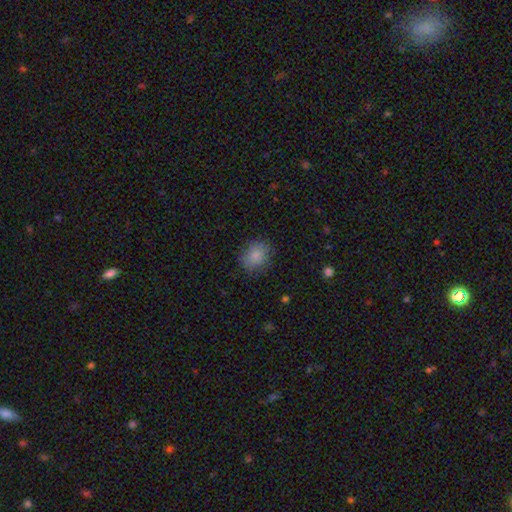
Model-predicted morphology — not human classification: A smooth galaxy with no disk features (85%) that is round (64%).

Vote fractions:
- Smooth or featured? smooth: 85% / star or artifact: 9% / featured or disk: 6%
- How rounded? round: 64% / in between: 35% / cigar-shaped: 1%
- Merging? none: 79% / minor disturbance: 15% / major disturbance: 5% / merger: 1%